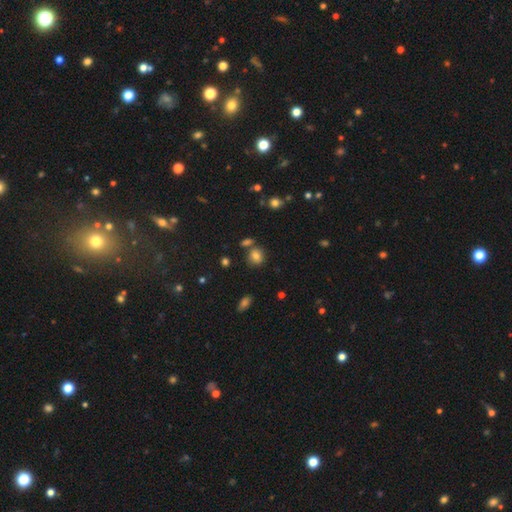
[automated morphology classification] A smooth galaxy with no disk features (78%) that is round (73%).

Vote fractions:
- Smooth or featured? smooth: 78% / star or artifact: 13% / featured or disk: 9%
- How rounded? round: 73% / in between: 26% / cigar-shaped: 1%
- Merging? none: 73% / merger: 12% / minor disturbance: 12% / major disturbance: 3%